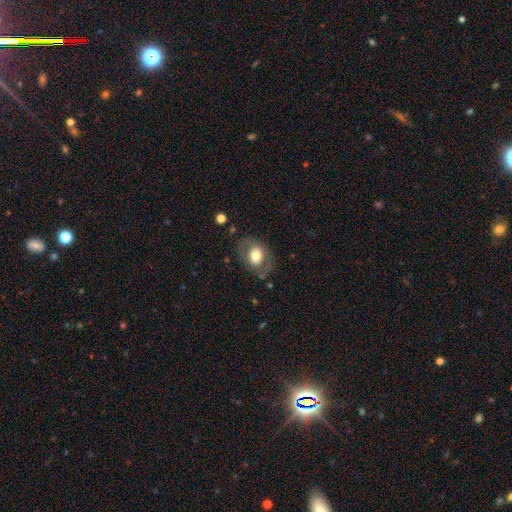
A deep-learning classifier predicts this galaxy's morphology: smooth 59%, featured or disk 34%, star or artifact 8%. Down the decision tree: how rounded — in between (61%); merging — none (72%).